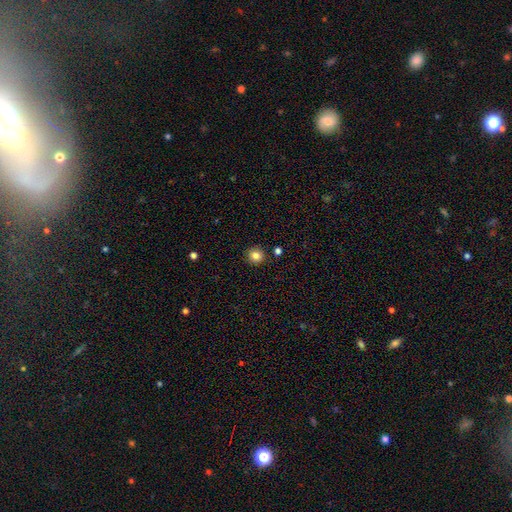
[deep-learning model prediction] smooth_or_featured: smooth (p=0.83) [alt: star or artifact p=0.11]
how_rounded: round (p=0.93) [alt: in between p=0.06]
merging: none (p=0.91) [alt: minor disturbance p=0.06]